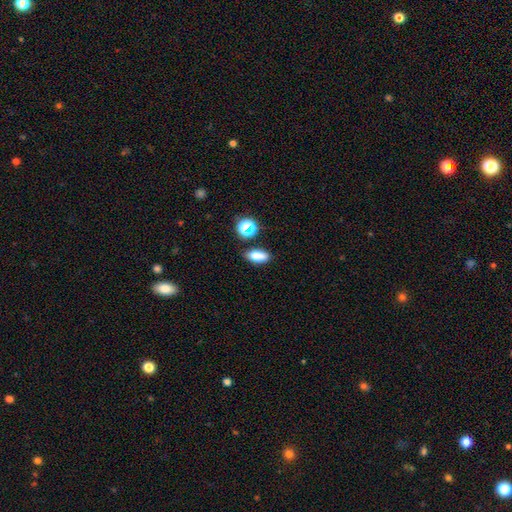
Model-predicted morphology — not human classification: The model was most divided on "how rounded": in between: 76%, cigar-shaped: 14%, round: 10%. More confident: smooth or featured — smooth (78%); merging — none (77%).